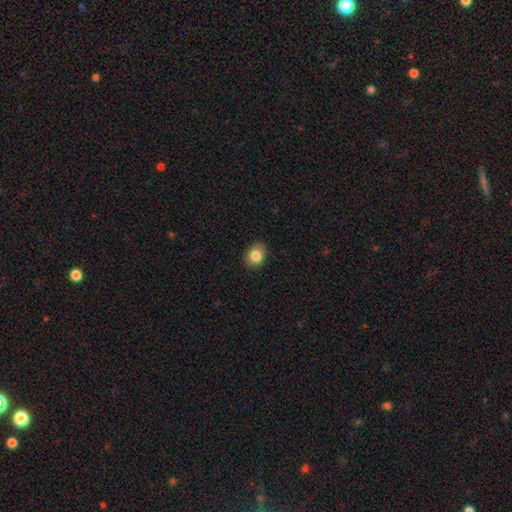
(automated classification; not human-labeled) This appears to be a smooth galaxy with no disk features (84%) that is in between round and cigar-shaped (60%). Merging: none (87%).